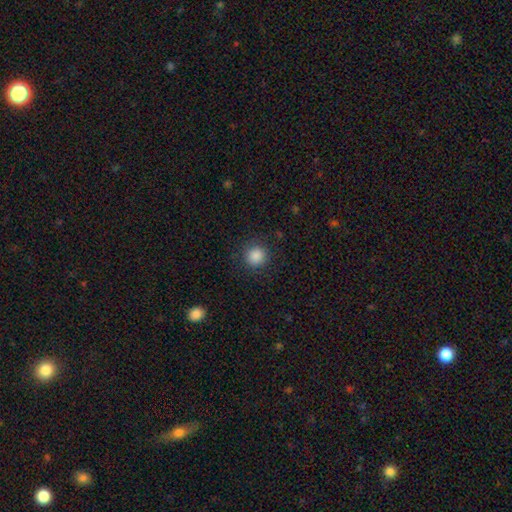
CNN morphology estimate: smooth_or_featured: smooth (p=0.86) [alt: star or artifact p=0.10]
how_rounded: round (p=0.92) [alt: in between p=0.07]
merging: none (p=0.88) [alt: minor disturbance p=0.08]